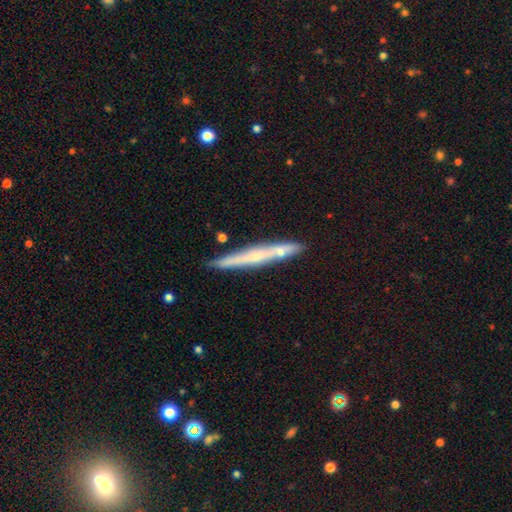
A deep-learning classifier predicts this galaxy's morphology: Q: Smooth or featured?
A: featured or disk (51%); runner-up: smooth (43%)
Q: Edge-on disk?
A: yes (93%); runner-up: no (7%)
Q: Merging?
A: none (79%); runner-up: minor disturbance (13%)